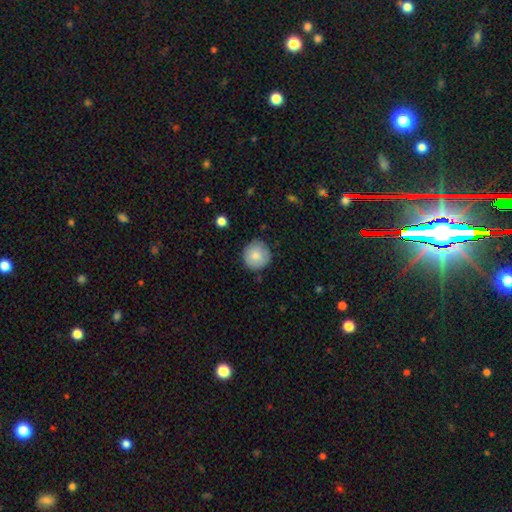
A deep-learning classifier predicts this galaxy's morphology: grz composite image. It shows a smooth galaxy with no disk features (81%) that is round (94%). Merging: none (84%).